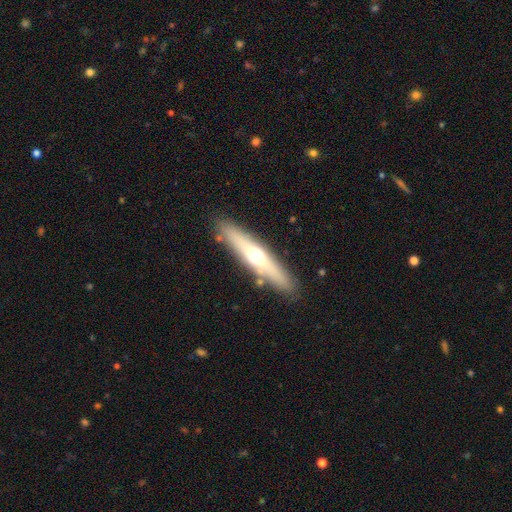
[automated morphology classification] Smooth or featured? Predicted: featured or disk (p=0.55). Edge-on disk? Predicted: yes (p=0.88). Merging? Predicted: none (p=0.87).